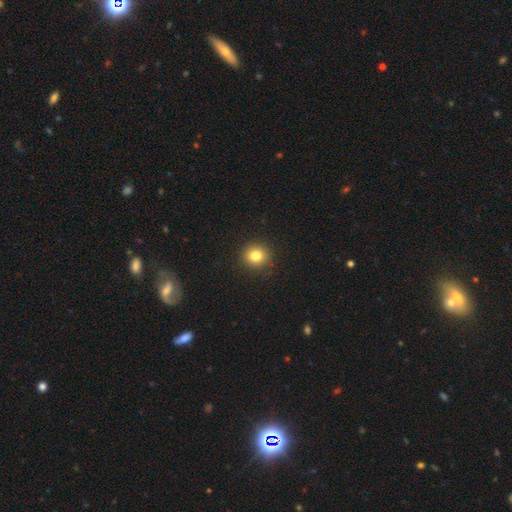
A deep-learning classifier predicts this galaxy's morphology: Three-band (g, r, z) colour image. It shows a smooth galaxy with no disk features (82%) that is round (90%). Merging: none (91%).